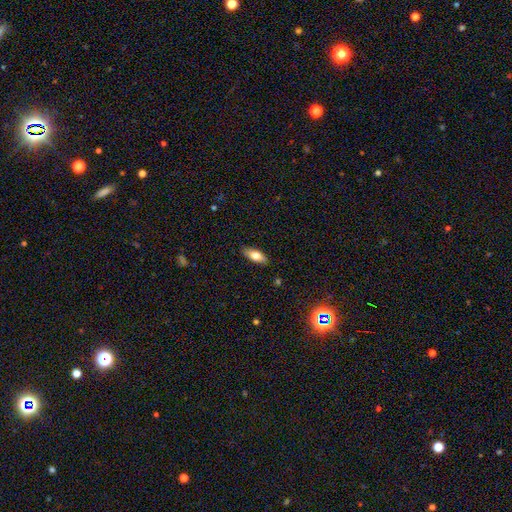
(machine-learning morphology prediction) A smooth galaxy with no disk features (75%) that is in between round and cigar-shaped (75%).

Vote fractions:
- Smooth or featured? smooth: 75% / featured or disk: 19% / star or artifact: 6%
- How rounded? in between: 75% / cigar-shaped: 22% / round: 2%
- Merging? none: 88% / minor disturbance: 9% / major disturbance: 2% / merger: 1%